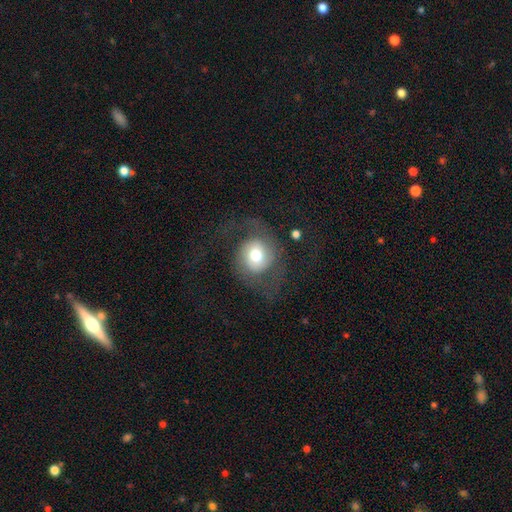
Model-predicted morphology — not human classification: Overall: featured or disk (53%; smooth 38%). Edge-on disk: no (97%). Bar: no (69%). Spiral arms: yes (80%). Bulge size: moderate (66%). Merging: none (59%; major disturbance 24%).